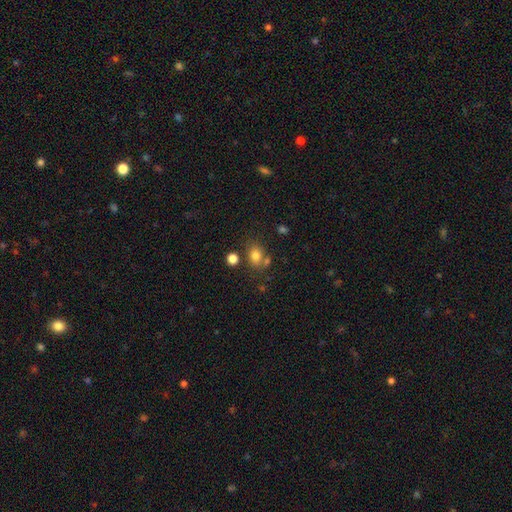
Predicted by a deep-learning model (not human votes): Overall: smooth (79%). How rounded: in between (51%; round 48%). Merging: none (65%).